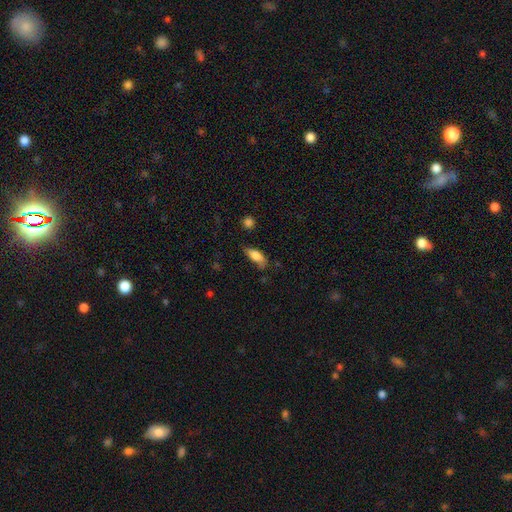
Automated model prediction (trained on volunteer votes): Smooth or featured?
  - smooth: 78% *
  - featured or disk: 14%
  - star or artifact: 7%
How rounded?
  - in between: 75% *
  - cigar-shaped: 22%
  - round: 3%
Merging?
  - none: 55% *
  - minor disturbance: 32%
  - major disturbance: 10%
  - merger: 3%